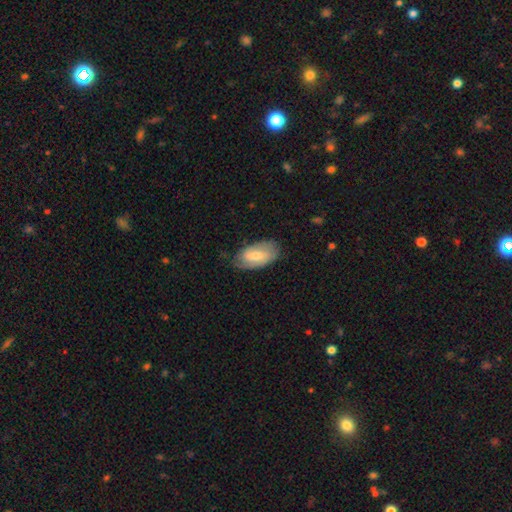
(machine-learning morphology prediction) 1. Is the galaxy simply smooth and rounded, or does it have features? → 48% featured or disk, 46% smooth, 6% star or artifact.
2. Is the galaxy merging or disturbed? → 71% none, 23% minor disturbance, 6% major disturbance, 1% merger.